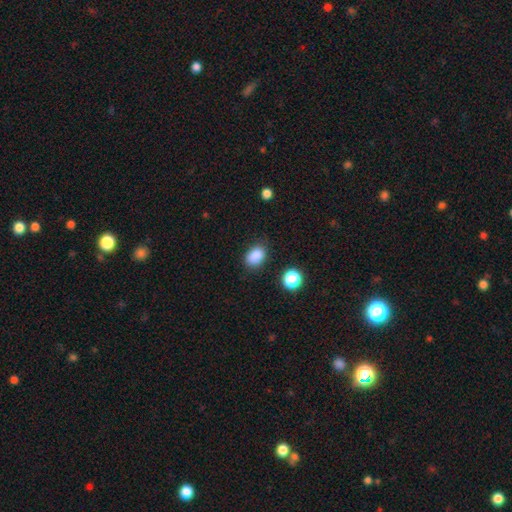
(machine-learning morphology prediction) smooth_or_featured: smooth (p=0.86) [alt: star or artifact p=0.10]
how_rounded: in between (p=0.77) [alt: round p=0.22]
merging: none (p=0.81) [alt: minor disturbance p=0.14]